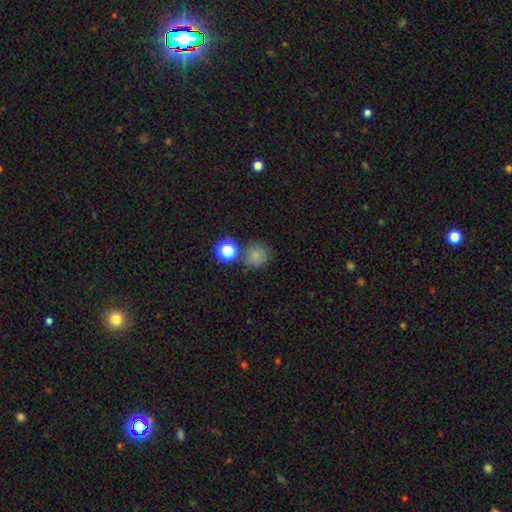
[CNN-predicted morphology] smooth-or-featured: smooth: 74% | star or artifact: 17% | featured or disk: 8%
  how-rounded: round: 86% | in between: 13% | cigar-shaped: 1%
  merging: none: 71% | minor disturbance: 12% | merger: 12% | major disturbance: 4%